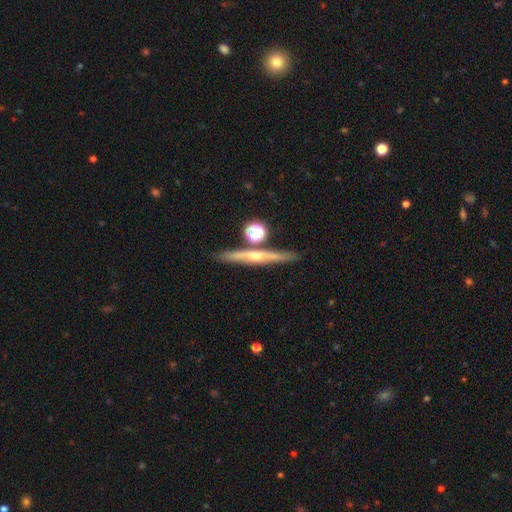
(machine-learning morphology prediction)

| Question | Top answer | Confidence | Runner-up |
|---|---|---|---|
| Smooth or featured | featured or disk | 70% | smooth (21%) |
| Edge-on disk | yes | 95% | no (5%) |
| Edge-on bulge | rounded | 84% | none (12%) |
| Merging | none | 82% | minor disturbance (8%) |